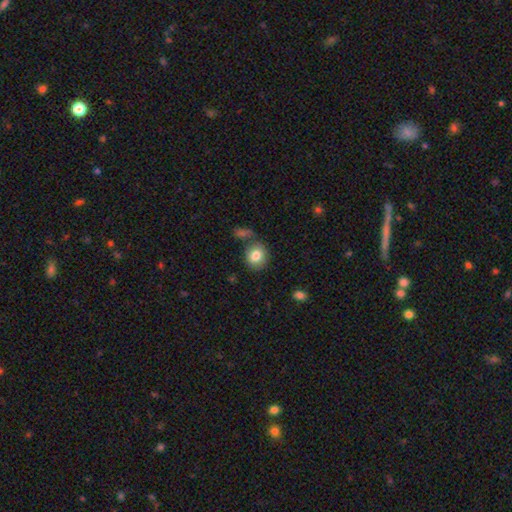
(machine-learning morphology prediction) Smooth or featured? smooth (82%)
How rounded? round (69%)
Merging? none (71%)